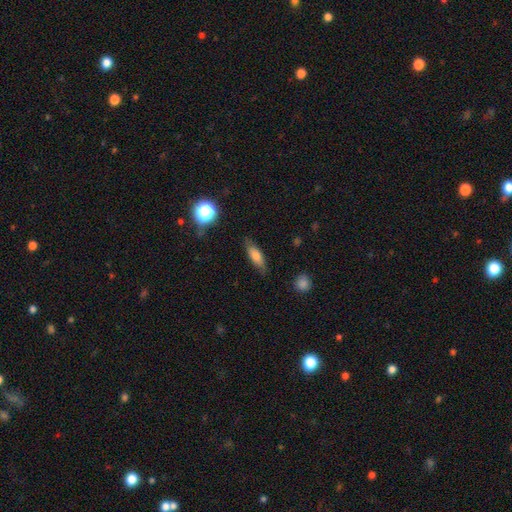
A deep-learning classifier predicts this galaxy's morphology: Smooth or featured? Predicted: smooth (p=0.70). How rounded? Predicted: in between (p=0.55). Merging? Predicted: none (p=0.80).